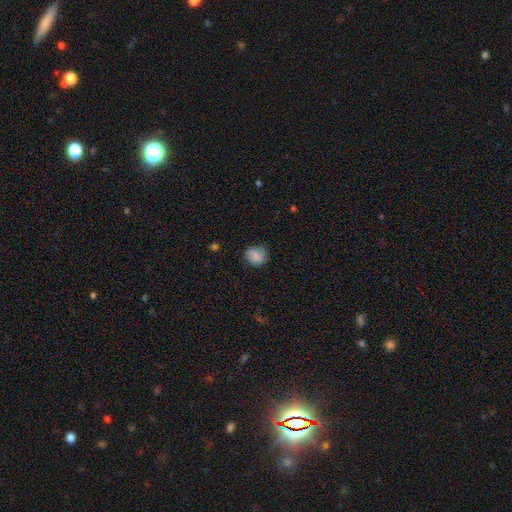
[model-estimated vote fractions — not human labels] Overall: smooth (81%). How rounded: round (77%). Merging: none (71%).